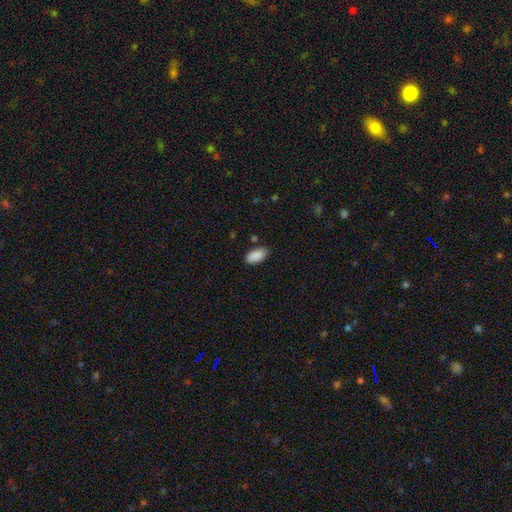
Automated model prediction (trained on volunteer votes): Smooth or featured?
  - smooth: 89% *
  - star or artifact: 7%
  - featured or disk: 3%
How rounded?
  - in between: 93% *
  - cigar-shaped: 4%
  - round: 3%
Merging?
  - none: 77% *
  - minor disturbance: 18%
  - major disturbance: 3%
  - merger: 2%